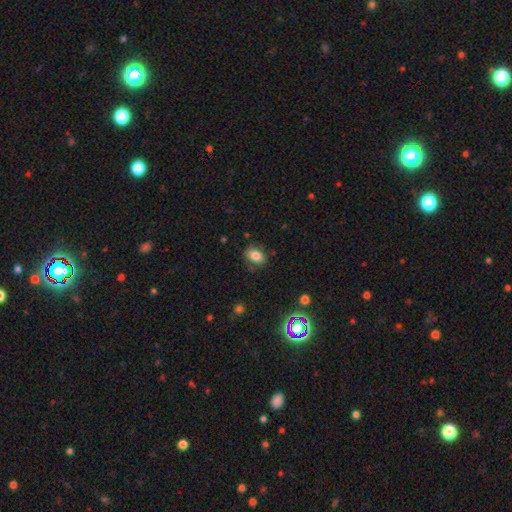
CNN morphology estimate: A smooth galaxy with no disk features (80%) that is in between round and cigar-shaped (78%).

Vote fractions:
- Smooth or featured? smooth: 80% / star or artifact: 11% / featured or disk: 9%
- How rounded? in between: 78% / round: 21% / cigar-shaped: 1%
- Merging? none: 79% / minor disturbance: 15% / major disturbance: 4% / merger: 2%